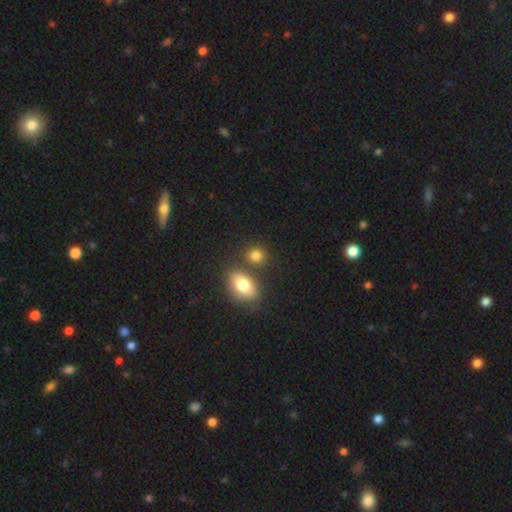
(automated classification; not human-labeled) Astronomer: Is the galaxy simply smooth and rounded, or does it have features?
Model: smooth — 82%.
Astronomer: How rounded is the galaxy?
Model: round — 62%.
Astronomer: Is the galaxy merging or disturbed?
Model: none — 70%.